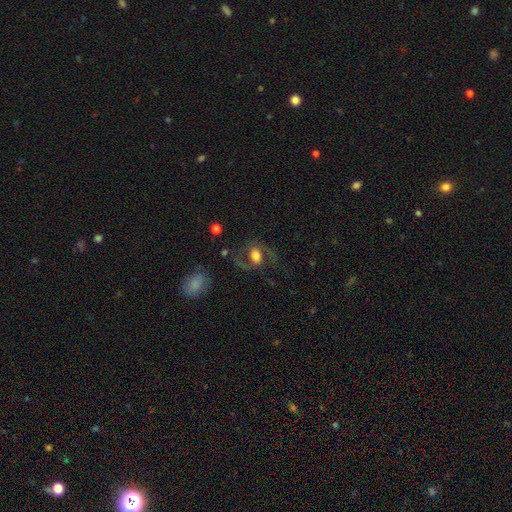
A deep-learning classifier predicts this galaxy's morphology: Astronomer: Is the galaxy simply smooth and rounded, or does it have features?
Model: featured or disk — 60%.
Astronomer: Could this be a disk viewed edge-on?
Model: no — 95%.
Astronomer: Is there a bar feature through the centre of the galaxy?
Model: no — 46% (runner-up: weak, 35%).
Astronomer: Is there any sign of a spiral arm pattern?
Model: yes — 81%.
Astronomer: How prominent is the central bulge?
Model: large — 42% (runner-up: moderate, 39%).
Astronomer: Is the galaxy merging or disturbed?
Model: none — 62%.